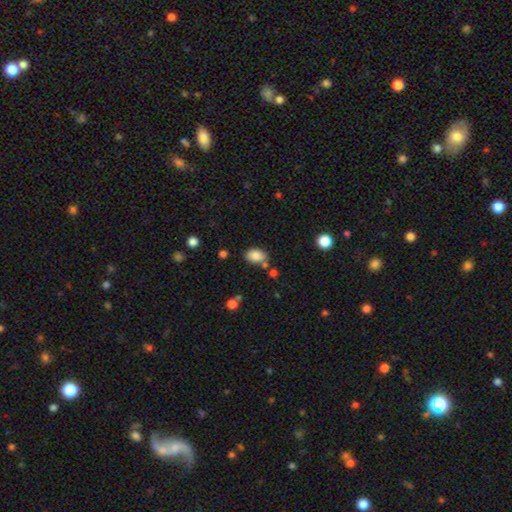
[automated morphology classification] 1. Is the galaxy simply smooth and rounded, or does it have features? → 85% smooth, 9% star or artifact, 7% featured or disk.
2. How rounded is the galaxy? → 83% in between, 16% round, 1% cigar-shaped.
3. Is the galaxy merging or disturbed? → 69% none, 17% minor disturbance, 10% merger, 4% major disturbance.